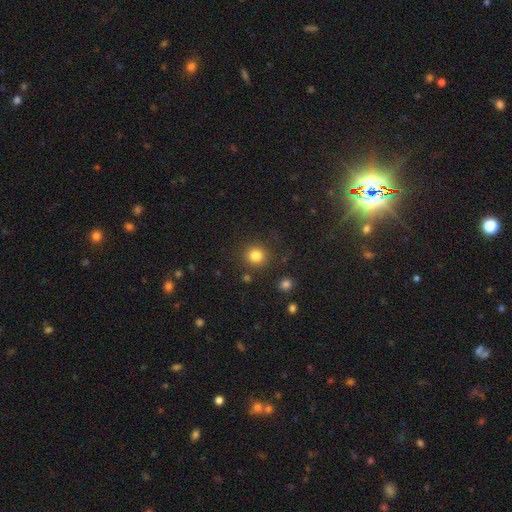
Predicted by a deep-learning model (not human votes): Q: Smooth or featured?
A: smooth (83%); runner-up: star or artifact (12%)
Q: How rounded?
A: round (92%); runner-up: in between (8%)
Q: Merging?
A: none (87%); runner-up: minor disturbance (7%)